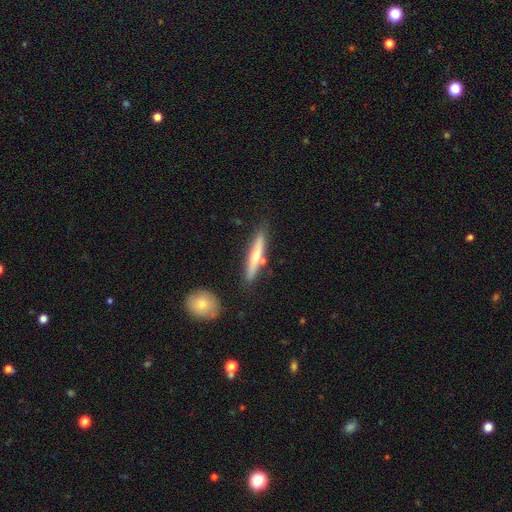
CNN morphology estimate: A featured or disk galaxy (59%) viewed edge-on (91%) with a rounded central bulge (74%). Merging: none (81%).